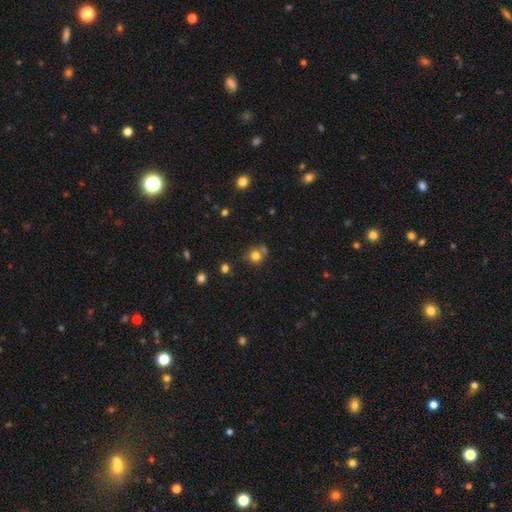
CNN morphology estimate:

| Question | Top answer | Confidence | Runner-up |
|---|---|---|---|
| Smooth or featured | smooth | 78% | star or artifact (13%) |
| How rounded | round | 83% | in between (16%) |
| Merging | none | 60% | minor disturbance (18%) |